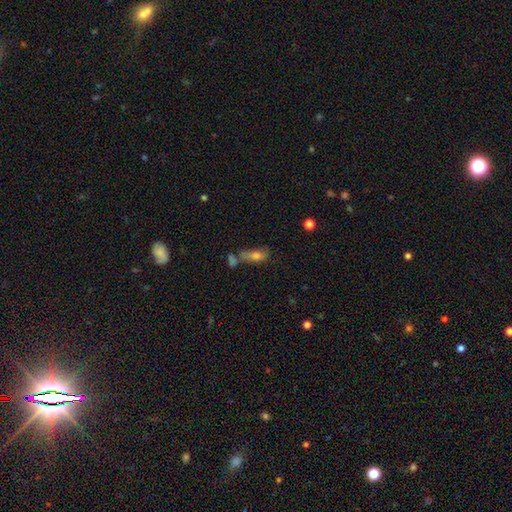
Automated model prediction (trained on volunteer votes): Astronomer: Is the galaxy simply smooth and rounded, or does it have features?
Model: smooth — 64%.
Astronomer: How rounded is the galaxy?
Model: in between — 67%.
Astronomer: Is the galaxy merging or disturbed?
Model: none — 41% (runner-up: merger, 31%).